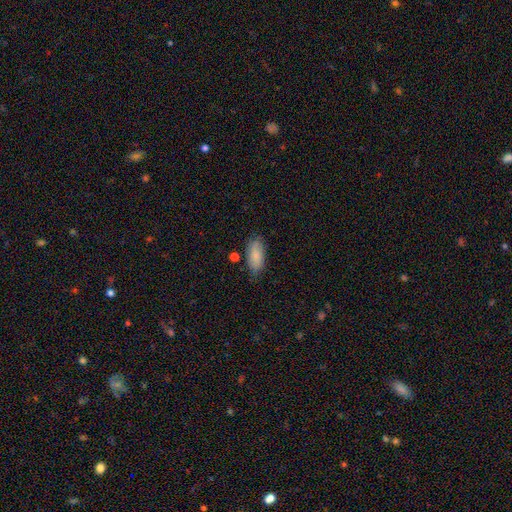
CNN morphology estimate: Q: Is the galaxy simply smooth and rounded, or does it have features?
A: smooth — 83%.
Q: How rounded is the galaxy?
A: in between — 89%.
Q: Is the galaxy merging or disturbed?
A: none — 76%.